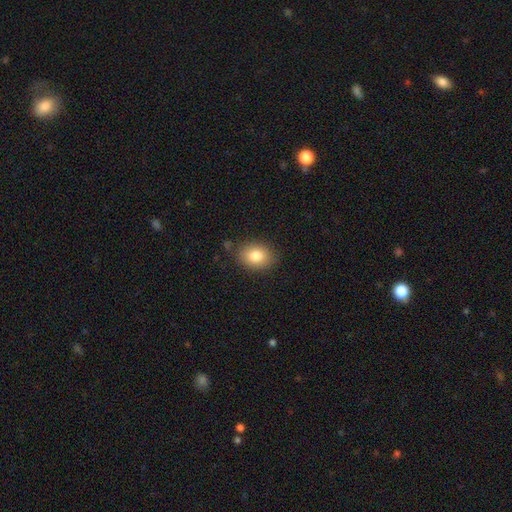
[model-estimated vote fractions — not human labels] Smooth or featured: smooth — 82% (featured or disk — 9%)
How rounded: in between — 65% (round — 34%)
Merging: none — 84% (minor disturbance — 11%)